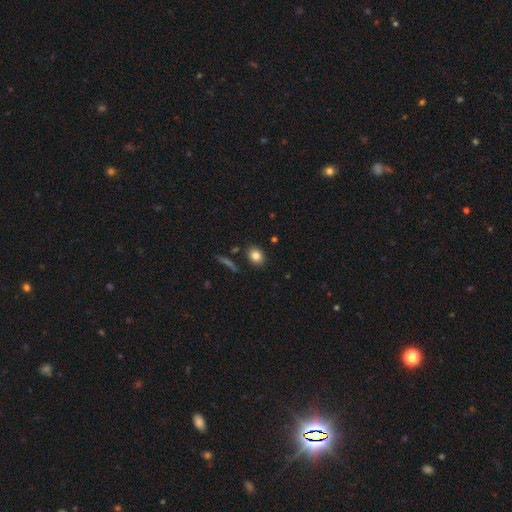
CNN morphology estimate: smooth 82%, star or artifact 10%, featured or disk 8%. Down the decision tree: how rounded — round (50%); merging — none (86%).